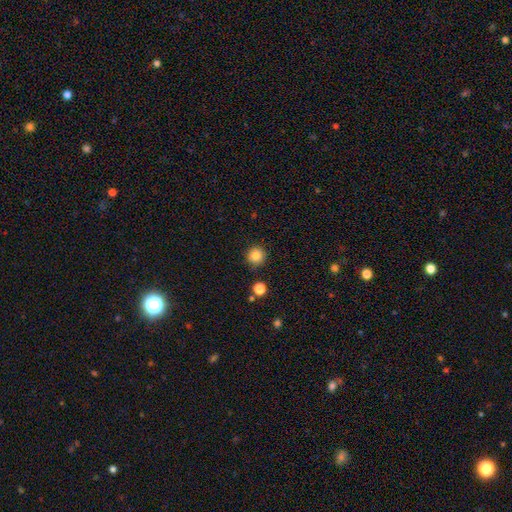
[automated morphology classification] smooth 85%, star or artifact 11%, featured or disk 5%. Down the decision tree: how rounded — round (94%); merging — none (88%).